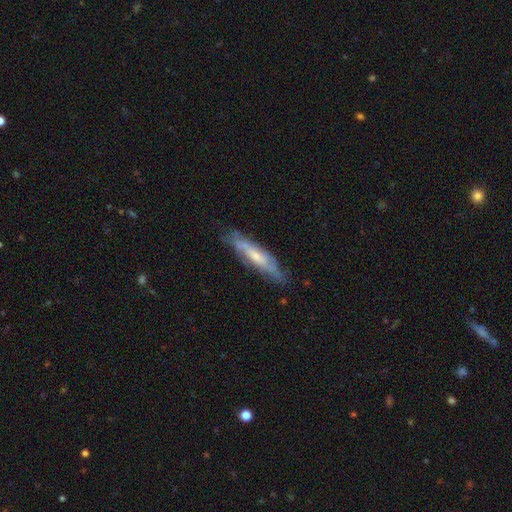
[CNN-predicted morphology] A featured or disk galaxy (62%) viewed edge-on (53%). Merging: none (71%).